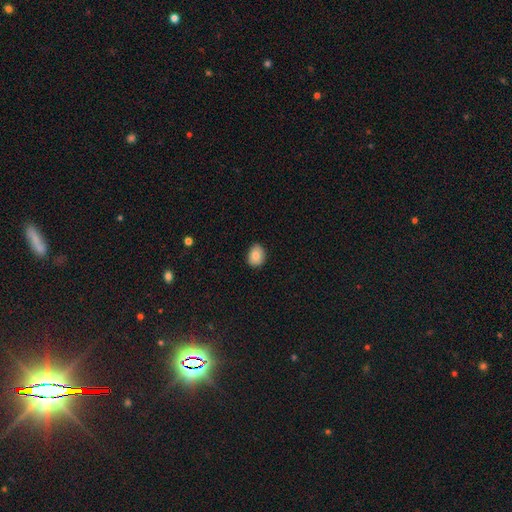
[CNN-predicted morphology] A smooth galaxy with no disk features (83%) that is in between round and cigar-shaped (58%).

Vote fractions:
- Smooth or featured? smooth: 83% / featured or disk: 9% / star or artifact: 8%
- How rounded? in between: 58% / round: 42% / cigar-shaped: 1%
- Merging? none: 83% / minor disturbance: 14% / major disturbance: 2% / merger: 1%